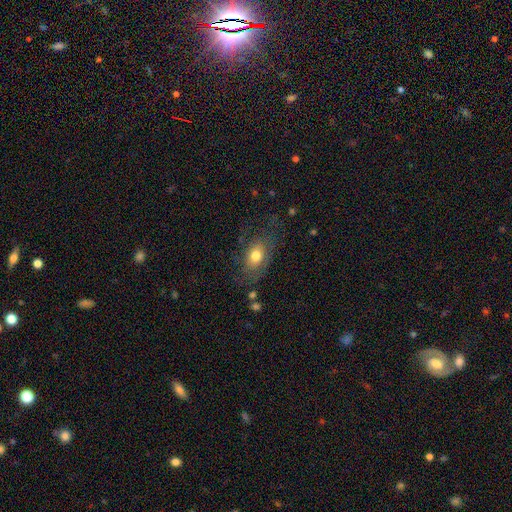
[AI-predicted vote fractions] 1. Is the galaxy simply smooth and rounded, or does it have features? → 65% smooth, 26% featured or disk, 9% star or artifact.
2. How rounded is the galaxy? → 80% in between, 18% round, 2% cigar-shaped.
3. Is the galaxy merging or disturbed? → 60% none, 22% minor disturbance, 15% major disturbance, 2% merger.